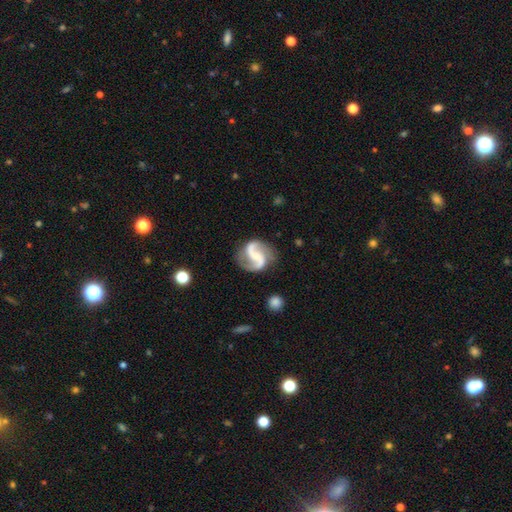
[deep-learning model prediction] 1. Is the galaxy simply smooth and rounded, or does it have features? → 90% featured or disk, 5% smooth, 4% star or artifact.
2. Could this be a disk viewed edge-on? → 98% no, 2% yes.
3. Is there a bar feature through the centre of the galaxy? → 40% weak, 34% no, 26% strong.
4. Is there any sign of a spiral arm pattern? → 98% yes, 2% no.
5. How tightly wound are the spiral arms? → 45% medium (tied), 45% loose (tied), 10% tight.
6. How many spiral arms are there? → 94% 2, 2% can't tell, 2% 1, 1% 3, 1% 4, 1% more than 4.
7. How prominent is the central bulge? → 40% small, 32% none, 22% moderate, 4% large, 2% dominant.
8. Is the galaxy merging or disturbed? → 78% none, 14% minor disturbance, 6% major disturbance, 2% merger.